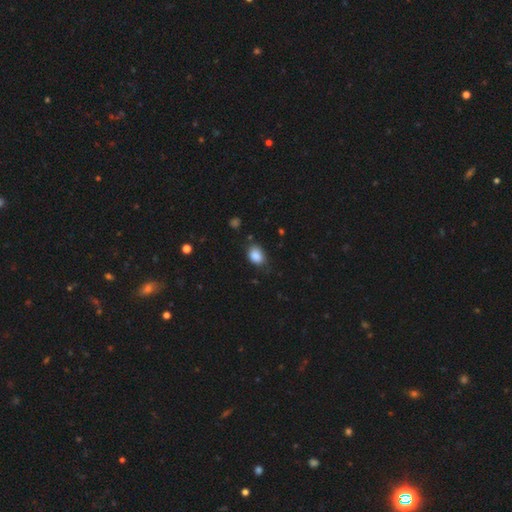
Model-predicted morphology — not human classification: smooth-or-featured: smooth: 87% | star or artifact: 9% | featured or disk: 4%
  how-rounded: in between: 72% | round: 26% | cigar-shaped: 1%
  merging: none: 71% | minor disturbance: 22% | major disturbance: 5% | merger: 2%